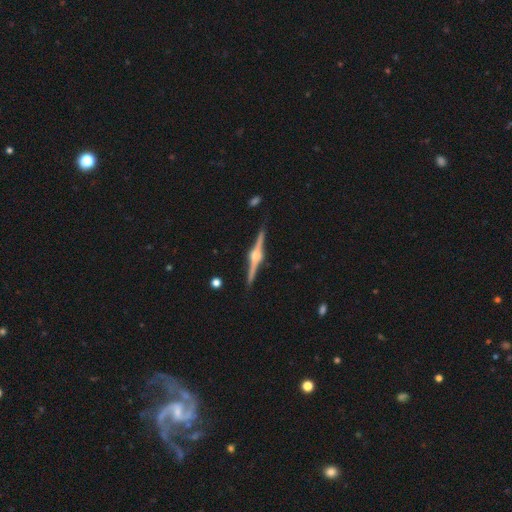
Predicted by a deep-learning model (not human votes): Q: Smooth or featured?
A: featured or disk (90%); runner-up: smooth (6%)
Q: Edge-on disk?
A: yes (99%); runner-up: no (1%)
Q: Edge-on bulge?
A: rounded (94%); runner-up: boxy (4%)
Q: Merging?
A: none (90%); runner-up: minor disturbance (7%)